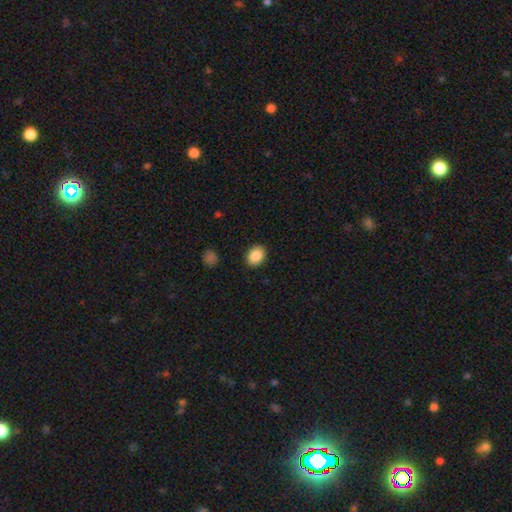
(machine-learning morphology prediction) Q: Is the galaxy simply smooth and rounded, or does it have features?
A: smooth — 88%.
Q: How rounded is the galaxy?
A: in between — 64%.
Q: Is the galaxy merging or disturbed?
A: none — 89%.